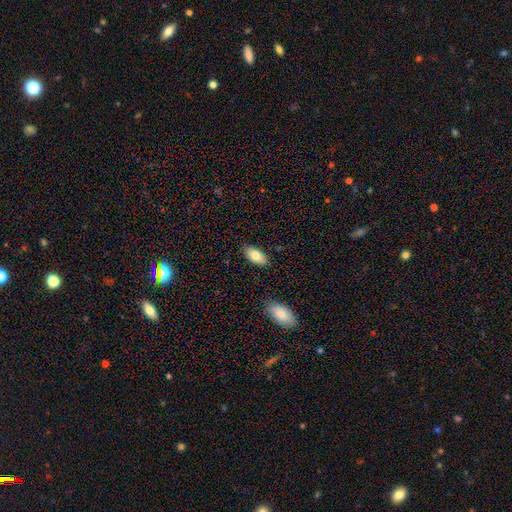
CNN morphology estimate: smooth-or-featured: smooth: 81% | featured or disk: 12% | star or artifact: 7%
  how-rounded: in between: 92% | cigar-shaped: 5% | round: 2%
  merging: none: 86% | minor disturbance: 11% | major disturbance: 2% | merger: 2%